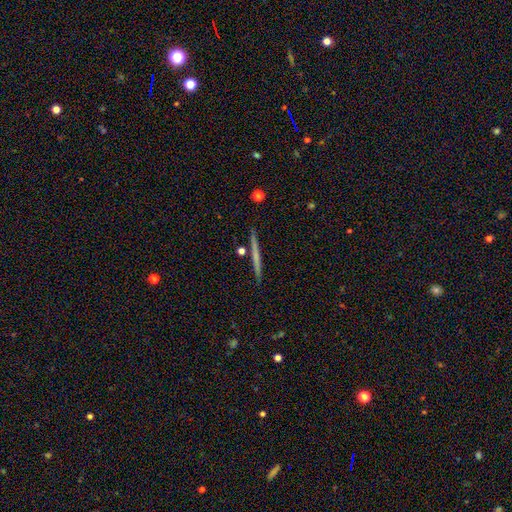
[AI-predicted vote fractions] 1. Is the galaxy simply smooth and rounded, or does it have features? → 48% featured or disk, 46% smooth, 6% star or artifact.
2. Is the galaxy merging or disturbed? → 92% none, 6% minor disturbance, 2% merger, 1% major disturbance.